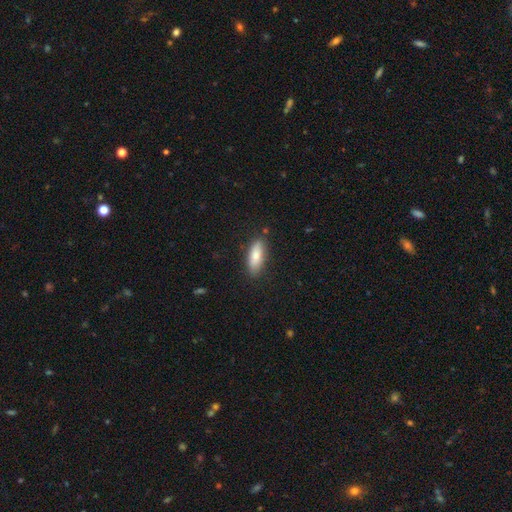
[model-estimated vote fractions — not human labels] Smooth or featured? smooth (81%)
How rounded? in between (68%)
Merging? none (85%)